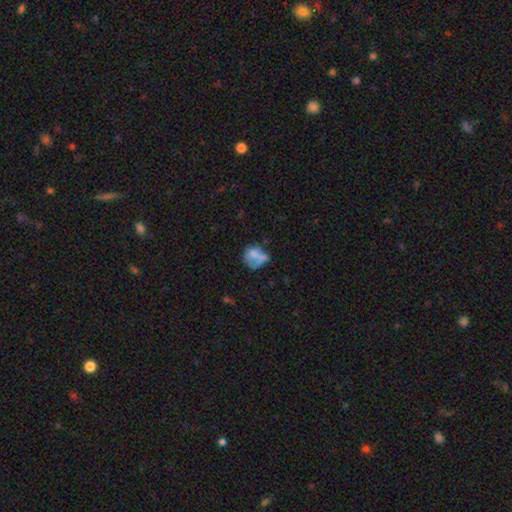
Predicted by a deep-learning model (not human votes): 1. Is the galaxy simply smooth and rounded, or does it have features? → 61% smooth, 28% featured or disk, 11% star or artifact.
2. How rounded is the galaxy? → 62% round, 37% in between, 2% cigar-shaped.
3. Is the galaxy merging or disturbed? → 34% none, 26% major disturbance, 26% minor disturbance, 13% merger.